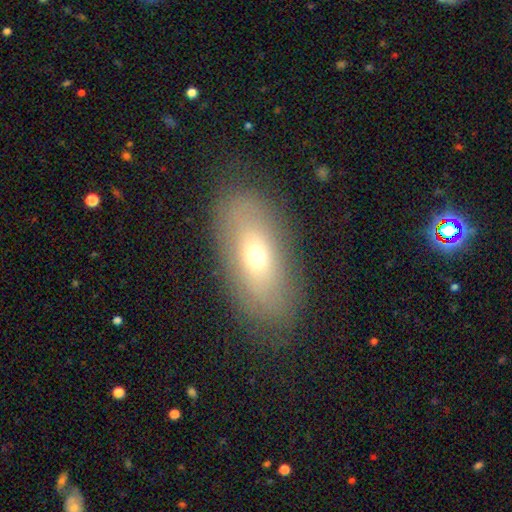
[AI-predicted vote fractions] smooth 59%, featured or disk 30%, star or artifact 11%. Down the decision tree: how rounded — in between (85%); merging — none (80%).